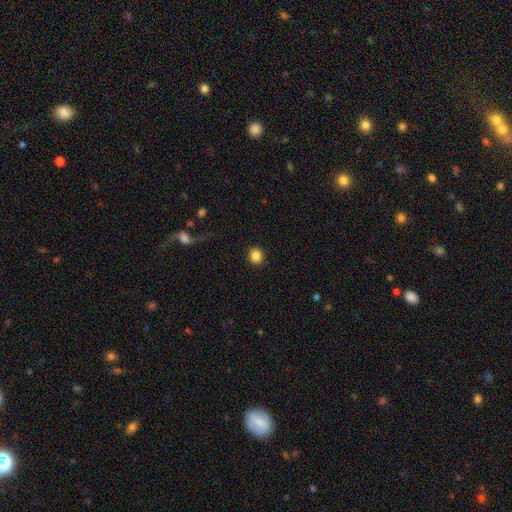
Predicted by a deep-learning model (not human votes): smooth-or-featured: smooth: 86% | star or artifact: 10% | featured or disk: 4%
  how-rounded: round: 85% | in between: 14% | cigar-shaped: 1%
  merging: none: 91% | minor disturbance: 5% | major disturbance: 2% | merger: 1%